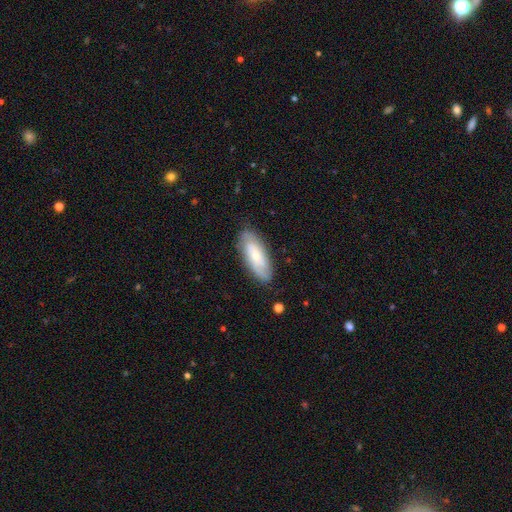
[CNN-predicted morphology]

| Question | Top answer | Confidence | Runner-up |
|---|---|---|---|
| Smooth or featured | featured or disk | 47% | smooth (46%) |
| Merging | none | 81% | minor disturbance (15%) |